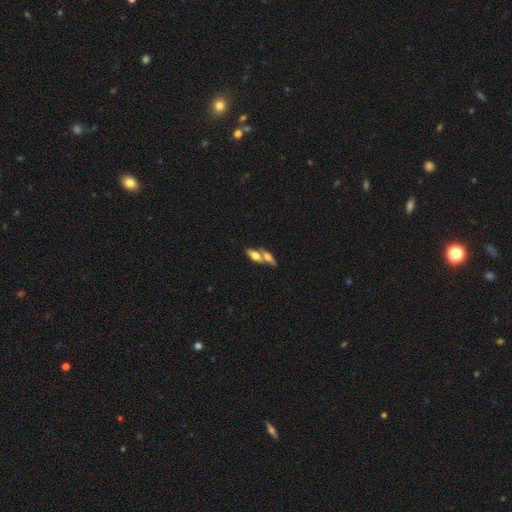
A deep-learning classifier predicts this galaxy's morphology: Smooth or featured? Predicted: smooth (p=0.55). How rounded? Predicted: in between (p=0.72). Merging? Predicted: merger (p=0.55).